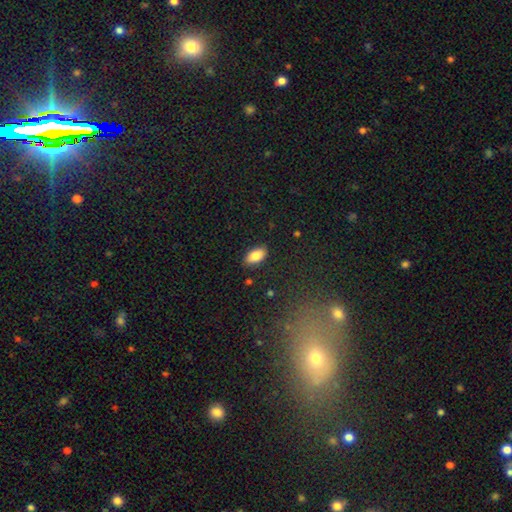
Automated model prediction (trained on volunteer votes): Morphology: type=smooth (85%); roundness=in between (93%); merging=none (87%).